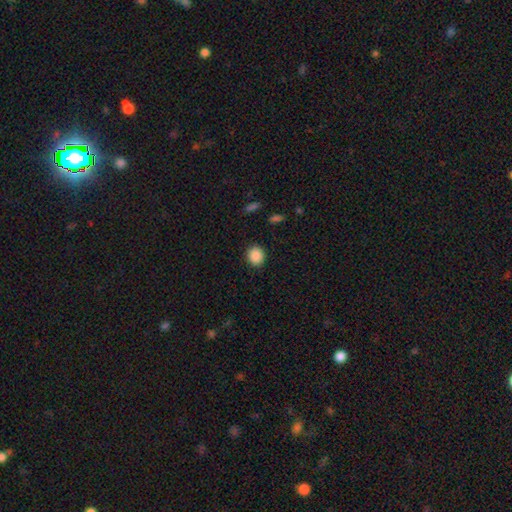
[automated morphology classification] Smooth or featured?
  - smooth: 88% *
  - star or artifact: 9%
  - featured or disk: 3%
How rounded?
  - round: 82% *
  - in between: 17%
  - cigar-shaped: 1%
Merging?
  - none: 90% *
  - minor disturbance: 7%
  - major disturbance: 2%
  - merger: 1%